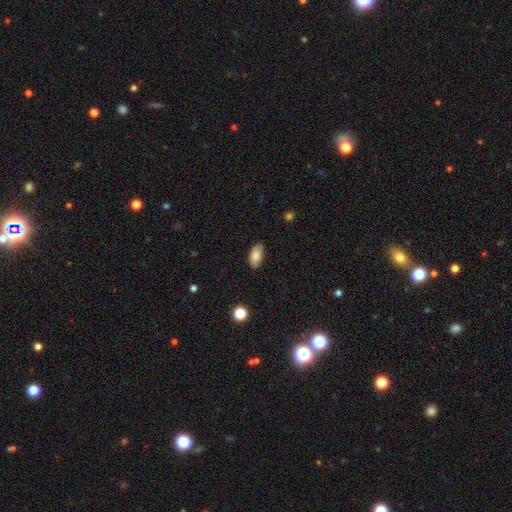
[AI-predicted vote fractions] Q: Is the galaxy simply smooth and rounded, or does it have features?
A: smooth — 82%.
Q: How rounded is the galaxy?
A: in between — 93%.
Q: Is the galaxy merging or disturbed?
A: none — 79%.